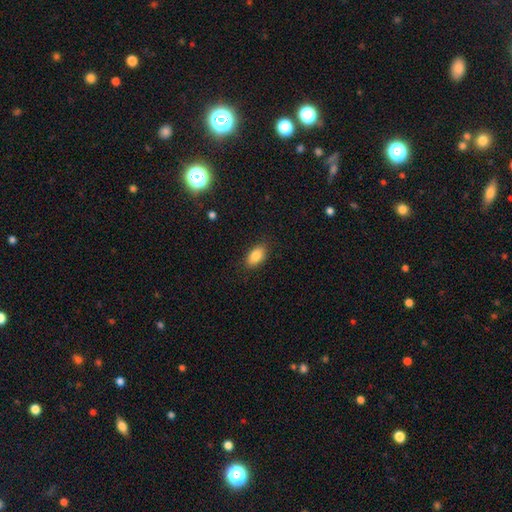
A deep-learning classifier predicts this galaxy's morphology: A smooth galaxy with no disk features (85%) that is in between round and cigar-shaped (90%).

Vote fractions:
- Smooth or featured? smooth: 85% / star or artifact: 8% / featured or disk: 7%
- How rounded? in between: 90% / round: 7% / cigar-shaped: 3%
- Merging? none: 86% / minor disturbance: 11% / major disturbance: 3% / merger: 1%